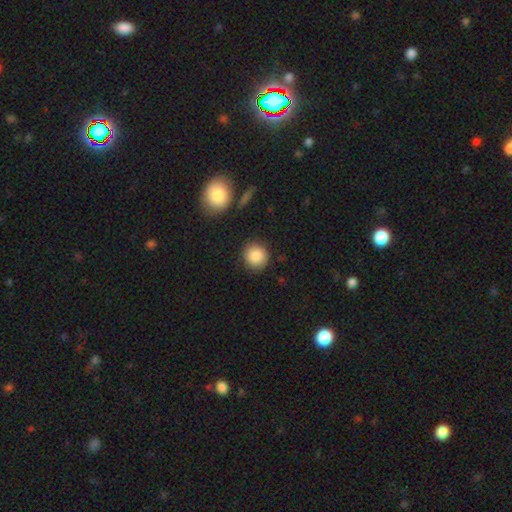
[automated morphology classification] This appears to be a smooth galaxy with no disk features (87%) that is round (90%). Merging: none (88%).